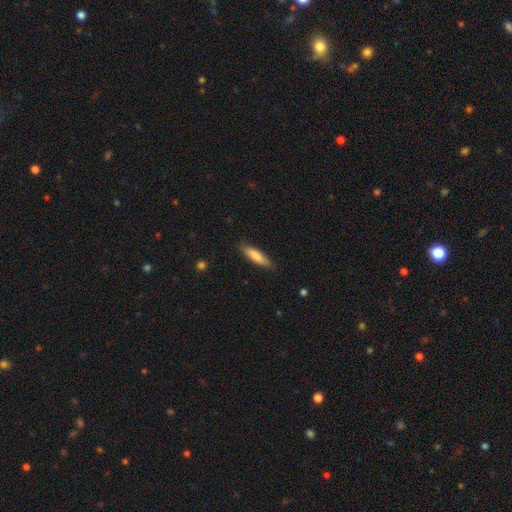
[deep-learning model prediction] Smooth or featured: smooth — 78% (featured or disk — 16%)
How rounded: cigar-shaped — 68% (in between — 31%)
Merging: none — 83% (minor disturbance — 13%)